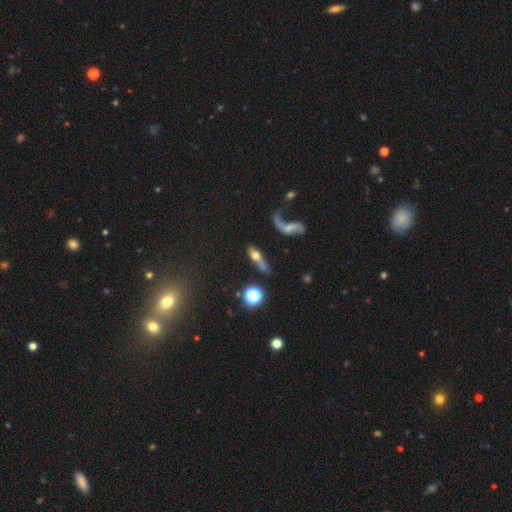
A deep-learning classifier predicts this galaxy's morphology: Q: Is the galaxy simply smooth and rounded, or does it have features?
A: featured or disk — 48%.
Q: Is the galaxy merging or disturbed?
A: none — 40%.